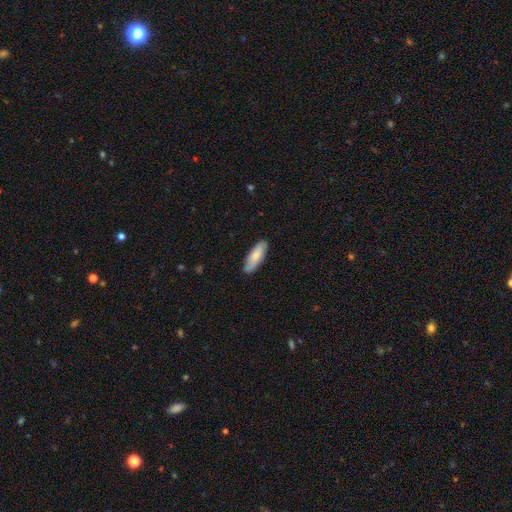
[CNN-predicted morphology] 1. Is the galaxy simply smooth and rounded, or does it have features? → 72% smooth, 22% featured or disk, 6% star or artifact.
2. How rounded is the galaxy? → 60% in between, 38% cigar-shaped, 2% round.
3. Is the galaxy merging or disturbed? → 84% none, 13% minor disturbance, 2% major disturbance, 1% merger.